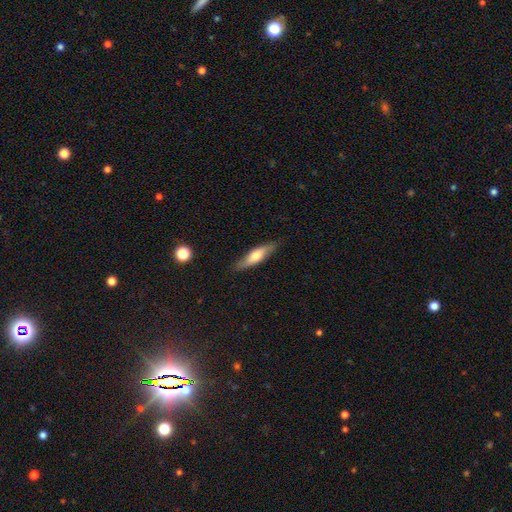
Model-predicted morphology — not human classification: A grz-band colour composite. It shows a smooth galaxy with no disk features (58%) that is cigar-shaped (67%). Merging: none (83%).